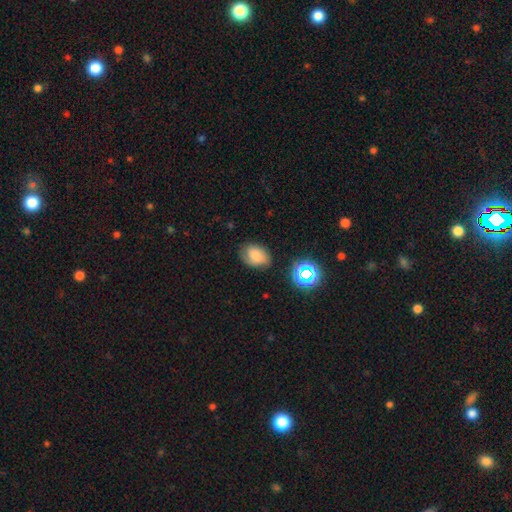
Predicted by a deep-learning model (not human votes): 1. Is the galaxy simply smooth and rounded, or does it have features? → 63% smooth, 22% featured or disk, 15% star or artifact.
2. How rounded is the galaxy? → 76% in between, 23% round, 1% cigar-shaped.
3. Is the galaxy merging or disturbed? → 73% none, 20% minor disturbance, 5% major disturbance, 2% merger.